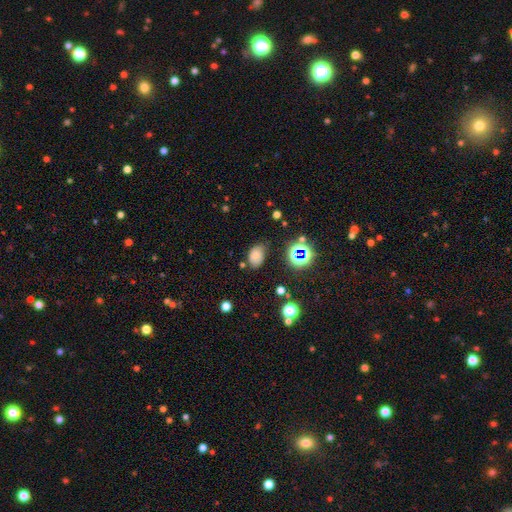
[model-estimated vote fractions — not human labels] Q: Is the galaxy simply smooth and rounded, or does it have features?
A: smooth — 72%.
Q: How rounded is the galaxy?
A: in between — 83%.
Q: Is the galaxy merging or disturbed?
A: none — 65%.